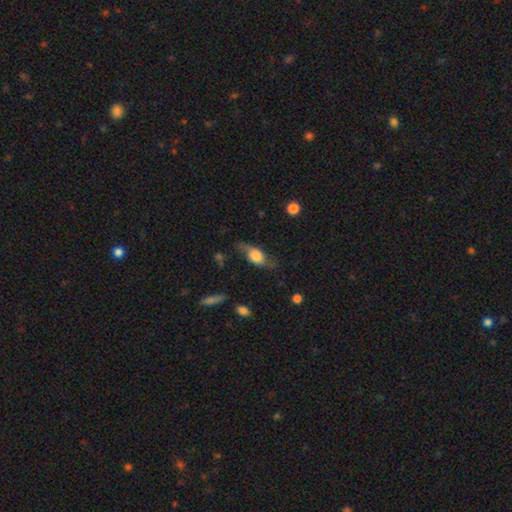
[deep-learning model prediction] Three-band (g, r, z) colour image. It shows a smooth galaxy with no disk features (49%). Merging: none (56%).